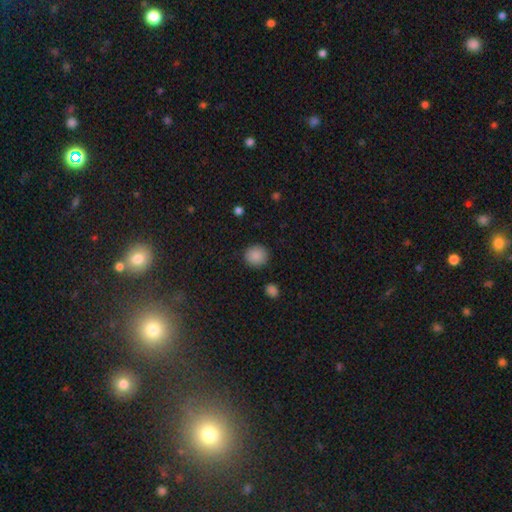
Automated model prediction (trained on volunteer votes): Q: Smooth or featured?
A: smooth (88%); runner-up: star or artifact (9%)
Q: How rounded?
A: round (91%); runner-up: in between (8%)
Q: Merging?
A: none (90%); runner-up: minor disturbance (6%)